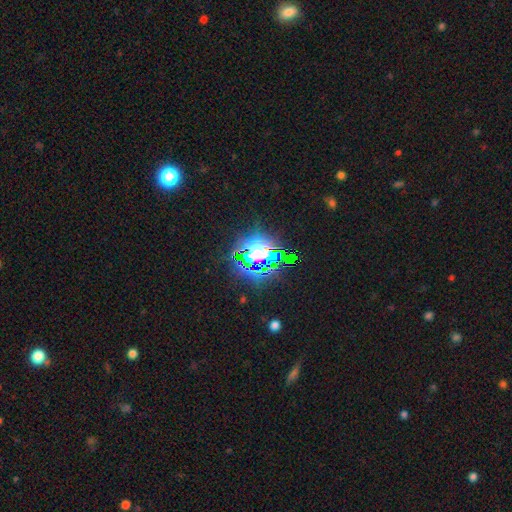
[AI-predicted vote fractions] Smooth or featured? Predicted: star or artifact (p=0.72).